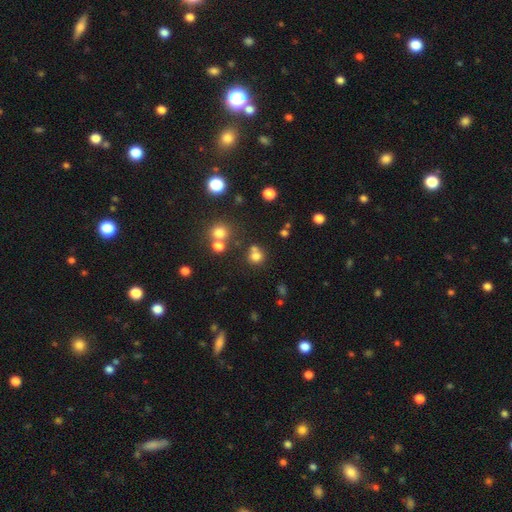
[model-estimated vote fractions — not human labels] A smooth galaxy with no disk features (72%) that is round (88%). Merging: none (60%).